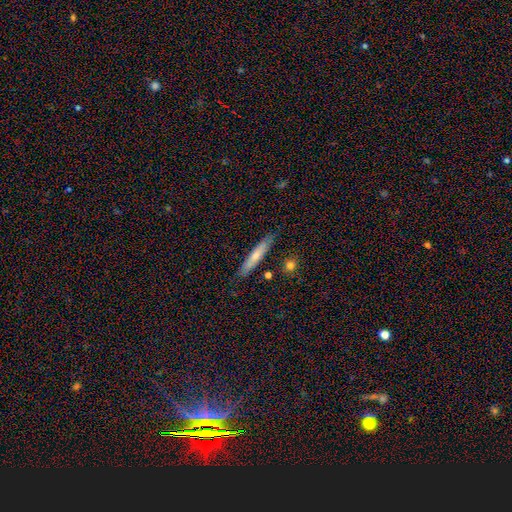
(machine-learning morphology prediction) Overall: smooth (59%; featured or disk 35%). How rounded: cigar-shaped (89%). Merging: none (83%).